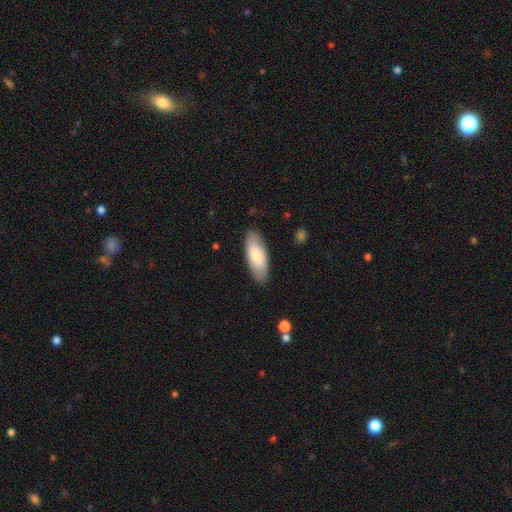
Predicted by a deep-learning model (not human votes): Smooth or featured?
  - smooth: 73% *
  - featured or disk: 22%
  - star or artifact: 5%
How rounded?
  - in between: 79% *
  - cigar-shaped: 19%
  - round: 2%
Merging?
  - none: 86% *
  - minor disturbance: 11%
  - major disturbance: 2%
  - merger: 1%